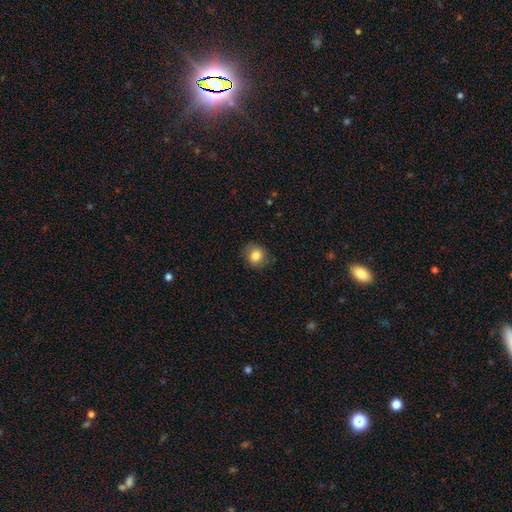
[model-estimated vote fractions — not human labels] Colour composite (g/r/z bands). It shows a smooth galaxy with no disk features (82%) that is round (80%). Merging: none (81%).